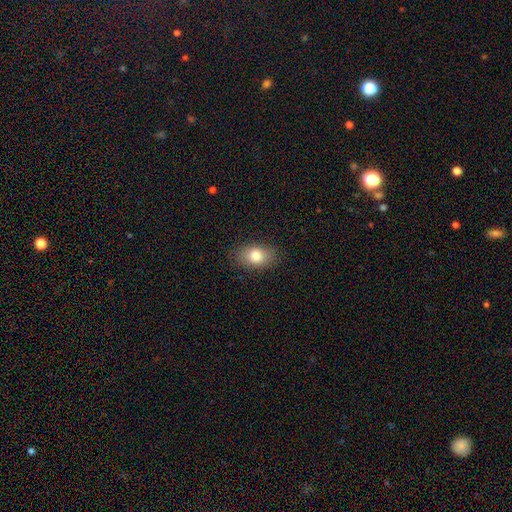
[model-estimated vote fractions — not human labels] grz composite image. It shows a smooth galaxy with no disk features (81%) that is in between round and cigar-shaped (83%). Merging: none (86%).